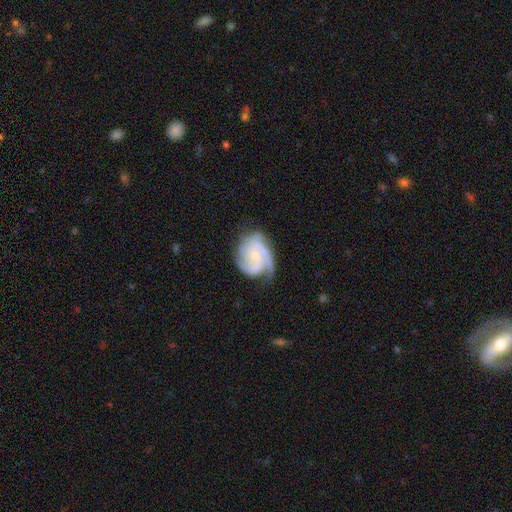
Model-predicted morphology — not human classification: smooth_or_featured: featured or disk (p=0.85) [alt: smooth p=0.10]
disk_edge_on: no (p=0.98) [alt: yes p=0.02]
bar: no (p=0.65) [alt: weak p=0.30]
has_spiral_arms: yes (p=0.97) [alt: no p=0.03]
spiral_winding: tight (p=0.49) [alt: medium p=0.40]
spiral_arm_count: 3 (p=0.36) [alt: 2 p=0.32]
bulge_size: small (p=0.60) [alt: moderate p=0.26]
merging: none (p=0.59) [alt: minor disturbance p=0.25]